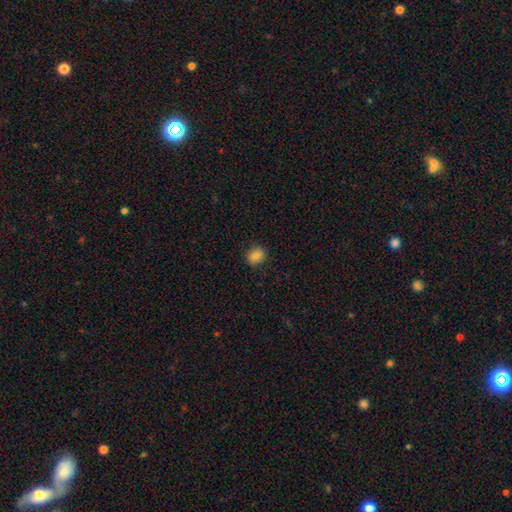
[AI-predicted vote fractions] The model was most divided on "how rounded": round: 68%, in between: 31%, cigar-shaped: 1%. More confident: merging — none (89%); smooth or featured — smooth (83%).